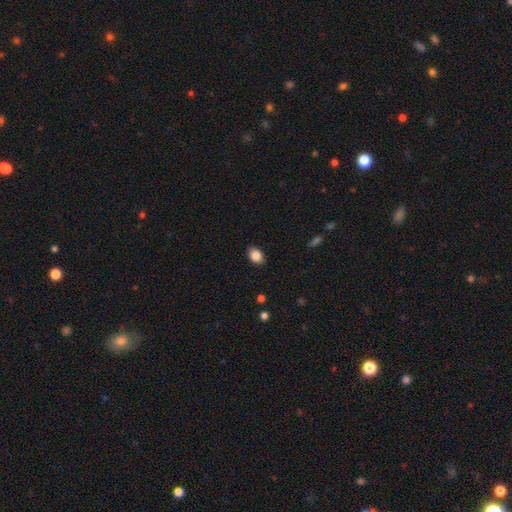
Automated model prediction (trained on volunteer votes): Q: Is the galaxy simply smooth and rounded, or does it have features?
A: smooth — 86%.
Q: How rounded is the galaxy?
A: in between — 75%.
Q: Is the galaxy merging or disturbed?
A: none — 88%.